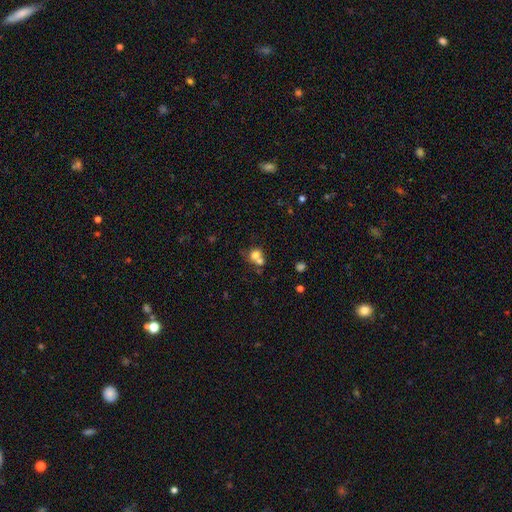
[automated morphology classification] A smooth galaxy with no disk features (72%) that is round (75%).

Vote fractions:
- Smooth or featured? smooth: 72% / featured or disk: 16% / star or artifact: 13%
- How rounded? round: 75% / in between: 24% / cigar-shaped: 1%
- Merging? merger: 57% / none: 32% / minor disturbance: 7% / major disturbance: 4%